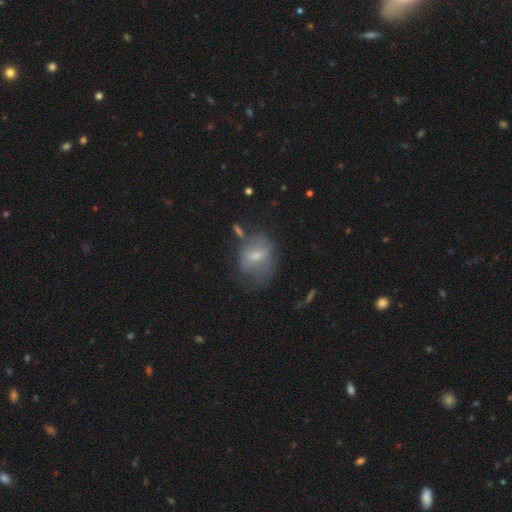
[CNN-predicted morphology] Smooth or featured? smooth (56%)
How rounded? in between (53%)
Merging? none (43%)